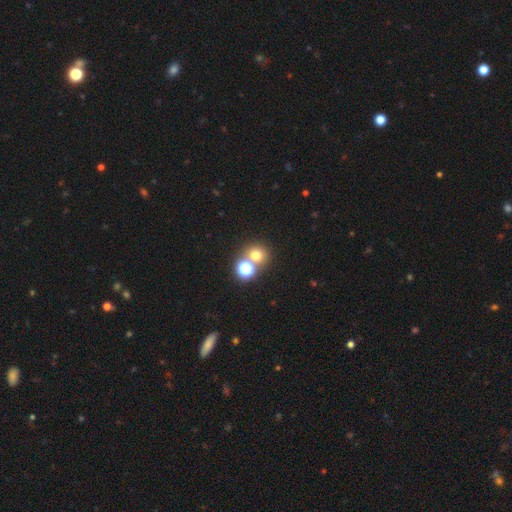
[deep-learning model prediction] Smooth or featured? Predicted: smooth (p=0.67). How rounded? Predicted: round (p=0.88). Merging? Predicted: none (p=0.63).